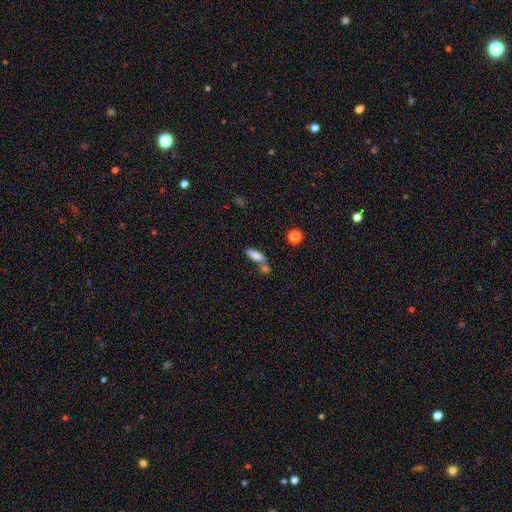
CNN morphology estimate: smooth-or-featured: smooth: 79% | featured or disk: 12% | star or artifact: 9%
  how-rounded: in between: 52% | cigar-shaped: 45% | round: 3%
  merging: none: 51% | merger: 30% | minor disturbance: 14% | major disturbance: 5%